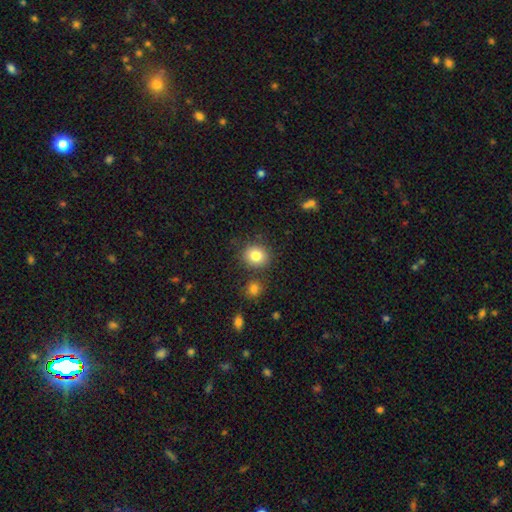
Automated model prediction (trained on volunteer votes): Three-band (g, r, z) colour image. It shows a smooth galaxy with no disk features (82%) that is round (76%). Merging: none (81%).